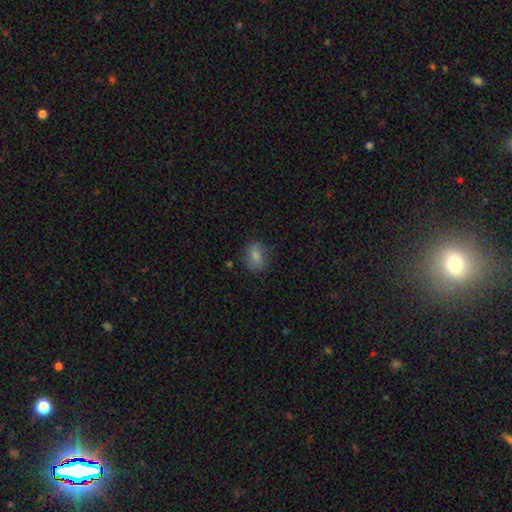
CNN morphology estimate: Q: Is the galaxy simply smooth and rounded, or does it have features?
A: smooth — 79%.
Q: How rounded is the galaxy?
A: in between — 61%.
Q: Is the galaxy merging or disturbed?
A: none — 72%.